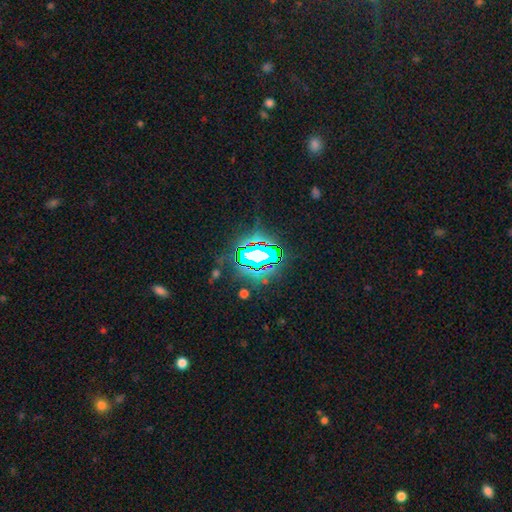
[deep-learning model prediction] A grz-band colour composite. It shows a star or artifact, not a galaxy (71%).